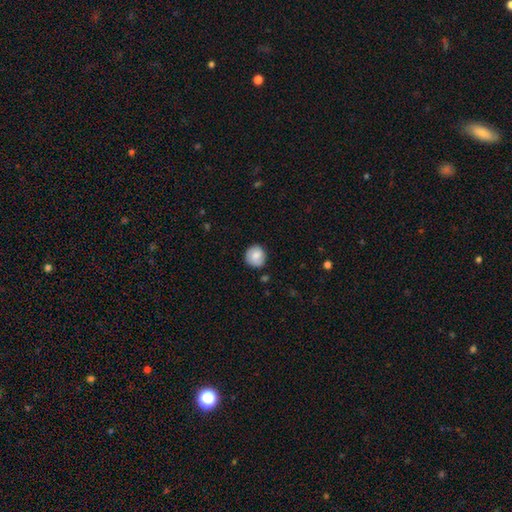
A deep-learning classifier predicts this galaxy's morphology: Q: Smooth or featured?
A: smooth (77%); runner-up: featured or disk (15%)
Q: How rounded?
A: round (87%); runner-up: in between (12%)
Q: Merging?
A: none (79%); runner-up: minor disturbance (15%)